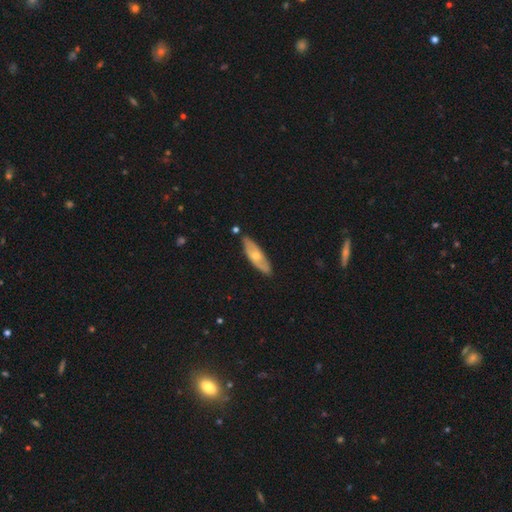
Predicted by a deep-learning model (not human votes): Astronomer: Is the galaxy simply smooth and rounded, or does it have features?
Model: featured or disk — 49% (runner-up: smooth, 46%).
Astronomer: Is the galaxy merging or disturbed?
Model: none — 81%.